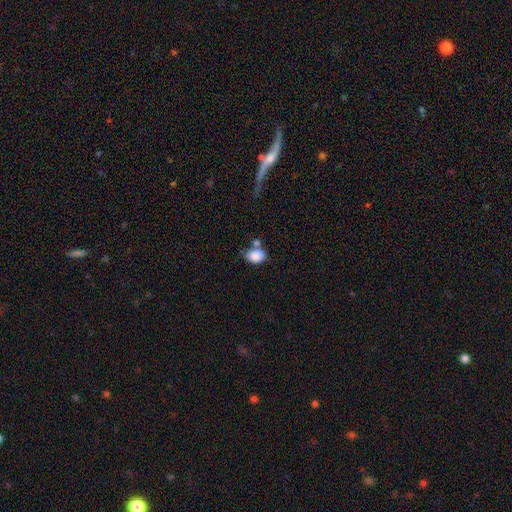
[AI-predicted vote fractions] Smooth or featured? Predicted: smooth (p=0.86). How rounded? Predicted: in between (p=0.75). Merging? Predicted: none (p=0.47).